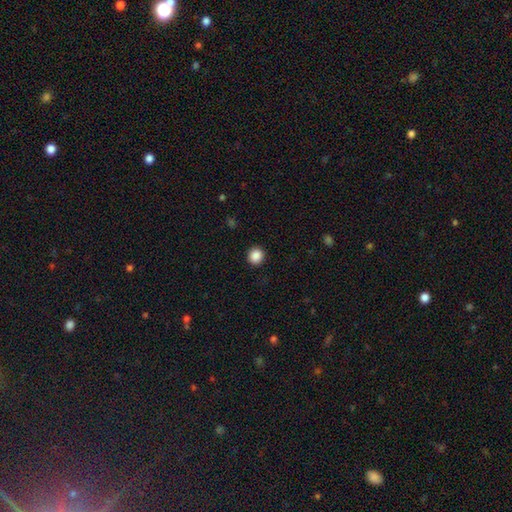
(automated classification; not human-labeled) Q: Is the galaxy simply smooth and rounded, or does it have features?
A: smooth — 88%.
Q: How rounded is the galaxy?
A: round — 90%.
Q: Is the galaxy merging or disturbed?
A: none — 92%.